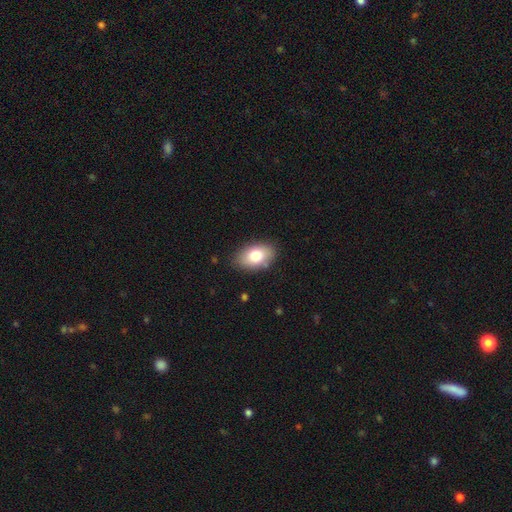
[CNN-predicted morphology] type=smooth (77%); roundness=in between (89%); merging=none (82%).